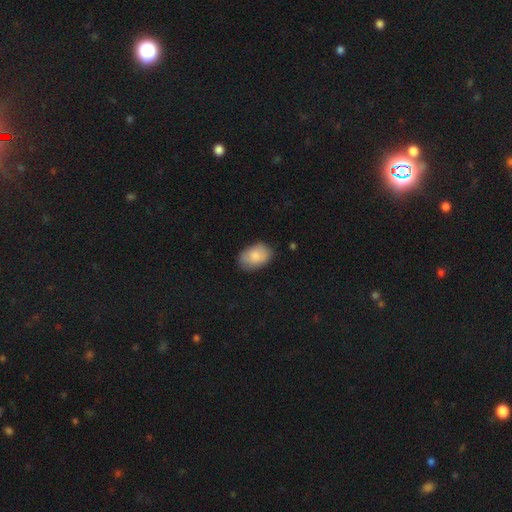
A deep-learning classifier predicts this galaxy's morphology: The model was most divided on "merging": none: 80%, minor disturbance: 16%, major disturbance: 3%, merger: 1%. More confident: how rounded — in between (88%); smooth or featured — smooth (84%).